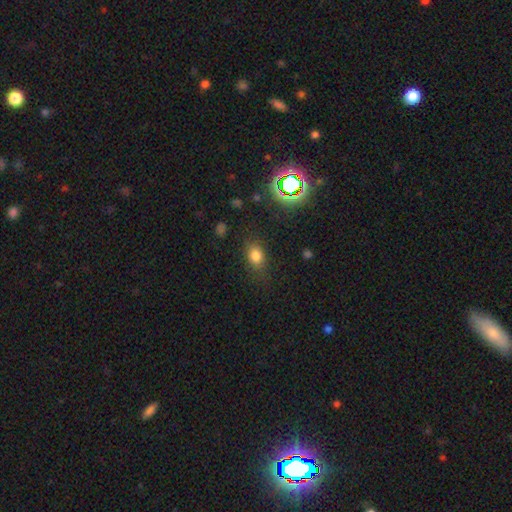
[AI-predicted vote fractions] Overall: smooth (76%). How rounded: in between (64%; round 34%). Merging: none (79%).